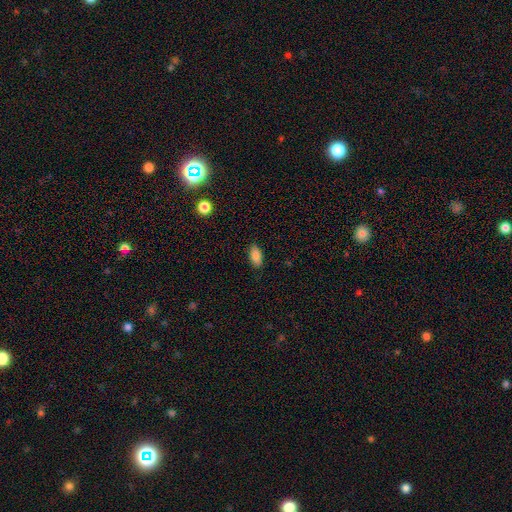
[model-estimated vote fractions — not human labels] Smooth or featured? smooth (84%)
How rounded? in between (90%)
Merging? none (88%)